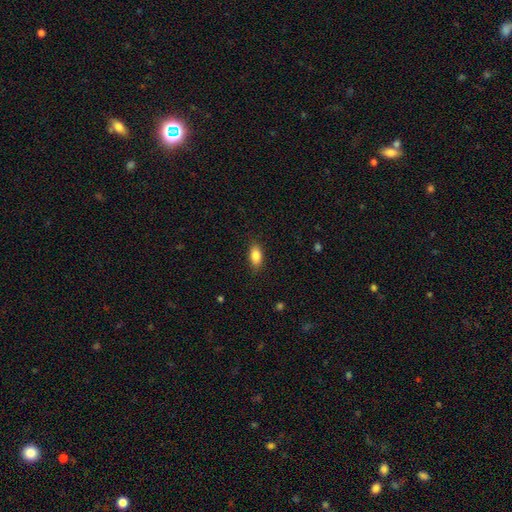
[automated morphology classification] smooth_or_featured: smooth (p=0.86) [alt: star or artifact p=0.07]
how_rounded: in between (p=0.88) [alt: cigar-shaped p=0.08]
merging: none (p=0.86) [alt: minor disturbance p=0.11]